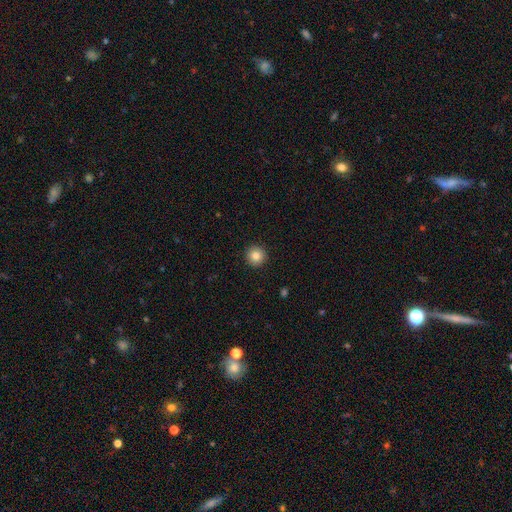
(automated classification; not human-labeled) Smooth or featured? Predicted: smooth (p=0.85). How rounded? Predicted: round (p=0.96). Merging? Predicted: none (p=0.93).